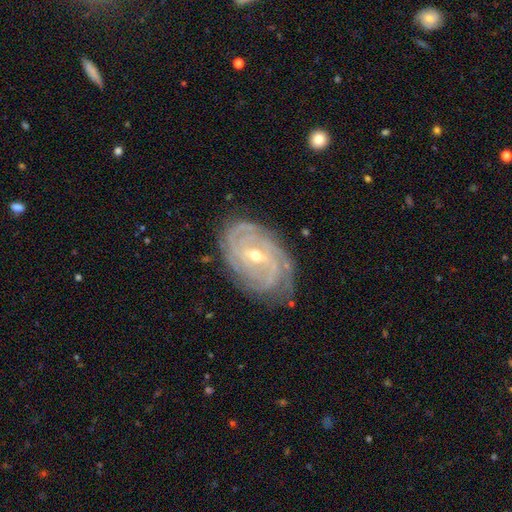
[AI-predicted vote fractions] smooth-or-featured: featured or disk: 90% | star or artifact: 5% | smooth: 5%
  disk-edge-on: no: 96% | yes: 4%
    bar: weak: 50% | no: 27% | strong: 24%
    has-spiral-arms: yes: 98% | no: 2%
      spiral-winding: tight: 80% | medium: 17% | loose: 3%
      spiral-arm-count: 4: 26% | 3: 24% | can't tell: 22% | 2: 14% | more than 4: 8% | 1: 6%
    bulge-size: moderate: 50% | small: 47% | large: 1% | none: 1% | dominant: 1%
  merging: none: 75% | minor disturbance: 19% | major disturbance: 5% | merger: 1%